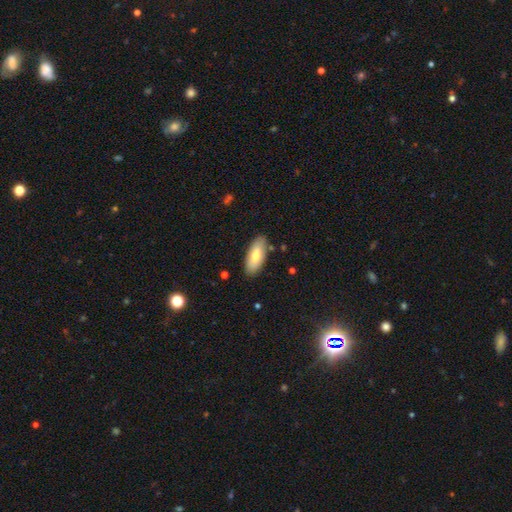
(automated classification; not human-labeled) Smooth or featured: smooth — 72% (featured or disk — 22%)
How rounded: in between — 86% (cigar-shaped — 13%)
Merging: none — 85% (minor disturbance — 11%)